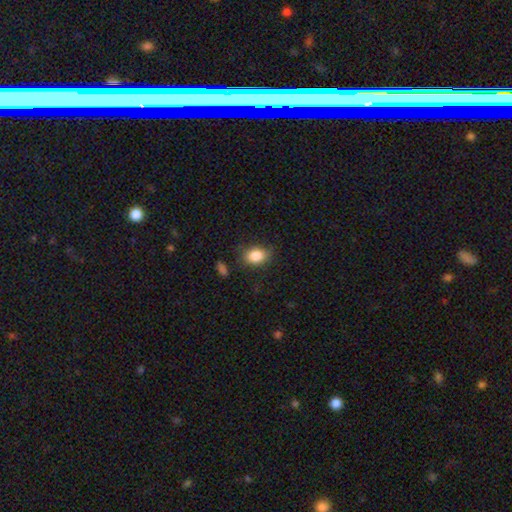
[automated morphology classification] The model was most divided on "how rounded": in between: 75%, round: 24%, cigar-shaped: 1%. More confident: smooth or featured — smooth (85%); merging — none (76%).